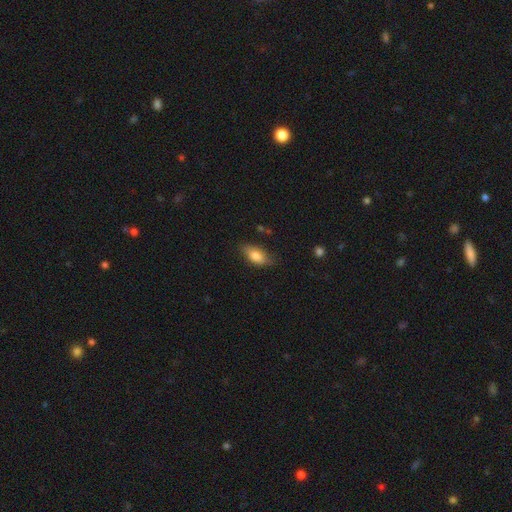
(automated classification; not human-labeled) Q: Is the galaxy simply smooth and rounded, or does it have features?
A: smooth — 81%.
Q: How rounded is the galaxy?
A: in between — 88%.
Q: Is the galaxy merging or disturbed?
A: none — 75%.